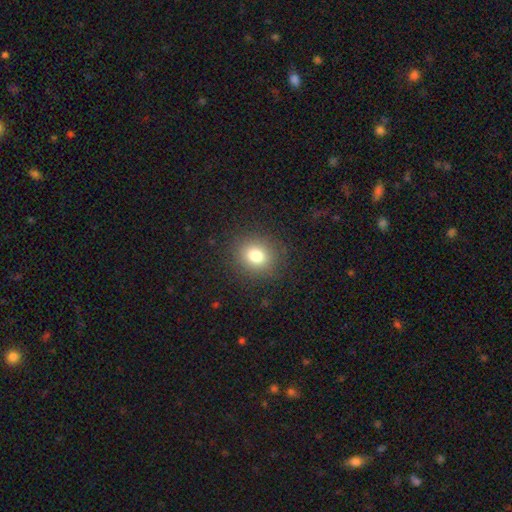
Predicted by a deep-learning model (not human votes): This is likely a smooth galaxy (79%). How rounded: likely round (75%). Merging: clearly none (87%).